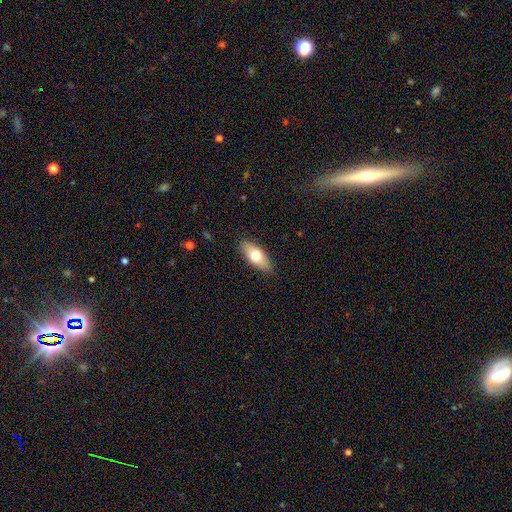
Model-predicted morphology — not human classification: Smooth or featured?
  - smooth: 67% *
  - featured or disk: 27%
  - star or artifact: 6%
How rounded?
  - in between: 81% *
  - cigar-shaped: 15%
  - round: 3%
Merging?
  - none: 87% *
  - minor disturbance: 10%
  - major disturbance: 2%
  - merger: 1%